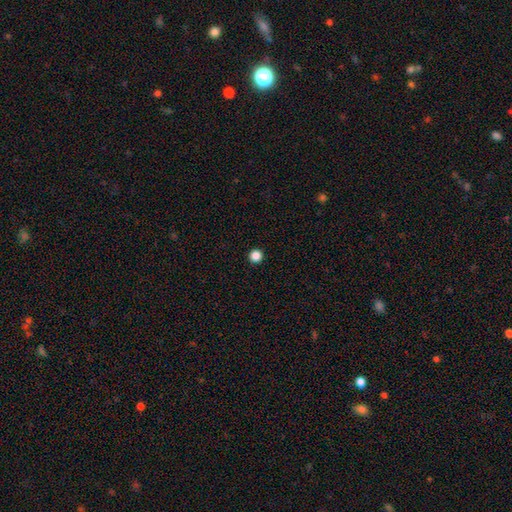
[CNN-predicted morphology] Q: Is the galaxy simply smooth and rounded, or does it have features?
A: smooth — 86%.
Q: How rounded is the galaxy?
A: round — 97%.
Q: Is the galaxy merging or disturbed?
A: none — 94%.